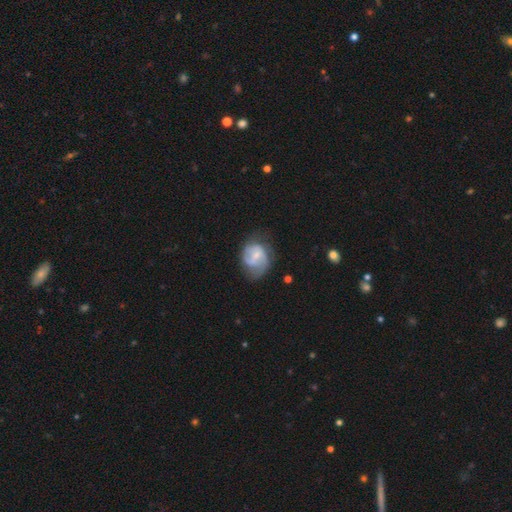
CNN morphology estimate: Smooth or featured?
  - featured or disk: 65% *
  - smooth: 28%
  - star or artifact: 6%
Edge-on disk?
  - no: 98% *
  - yes: 2%
Bar?
  - weak: 52% *
  - no: 35%
  - strong: 13%
Spiral arms?
  - yes: 84% *
  - no: 16%
Spiral winding?
  - medium: 45% *
  - tight: 32%
  - loose: 23%
Spiral arm count?
  - 2: 54% *
  - can't tell: 24%
  - 1: 11%
  - 3: 8%
  - 4: 2%
  - more than 4: 2%
Bulge size?
  - small: 56% *
  - moderate: 30%
  - none: 10%
  - large: 2%
  - dominant: 1%
Merging?
  - none: 50% *
  - minor disturbance: 28%
  - major disturbance: 20%
  - merger: 2%